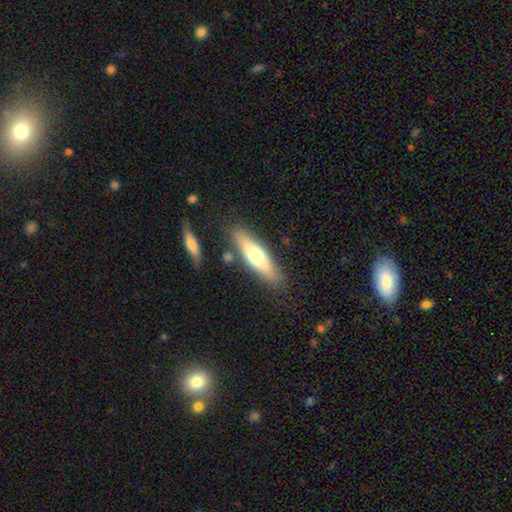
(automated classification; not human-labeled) Smooth or featured: smooth — 54% (featured or disk — 41%)
How rounded: cigar-shaped — 69% (in between — 29%)
Merging: none — 80% (minor disturbance — 11%)